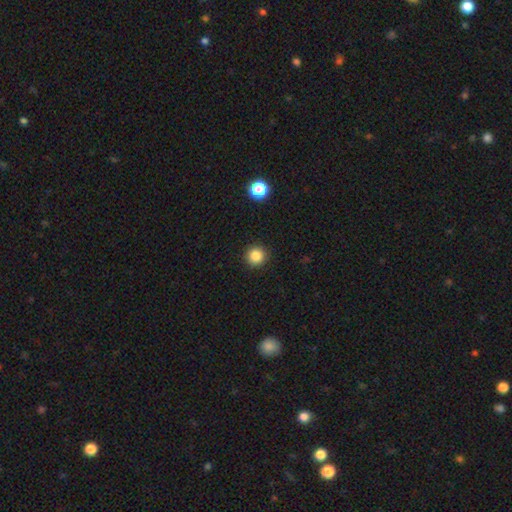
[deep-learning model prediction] This appears to be a smooth galaxy with no disk features (85%) that is round (95%). Merging: none (92%).